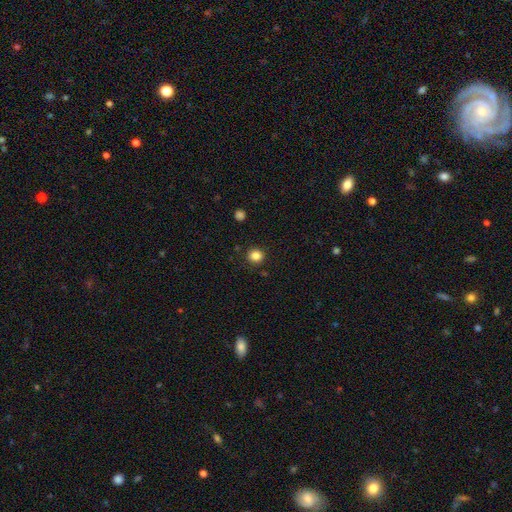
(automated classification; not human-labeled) A smooth galaxy with no disk features (84%) that is round (88%).

Vote fractions:
- Smooth or featured? smooth: 84% / star or artifact: 12% / featured or disk: 4%
- How rounded? round: 88% / in between: 11% / cigar-shaped: 1%
- Merging? none: 89% / minor disturbance: 7% / major disturbance: 2% / merger: 2%